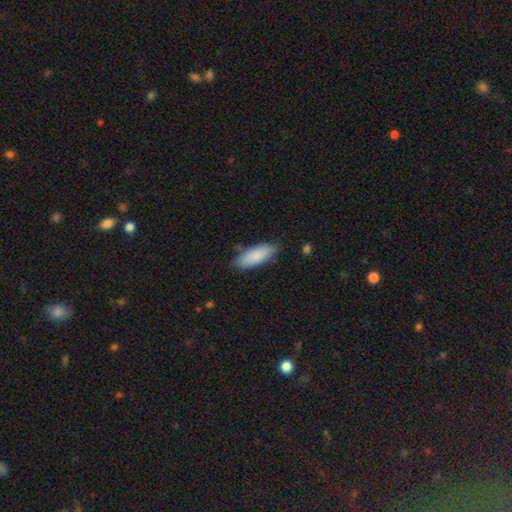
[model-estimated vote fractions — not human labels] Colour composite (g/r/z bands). It shows a smooth galaxy with no disk features (86%) that is in between round and cigar-shaped (69%). Merging: none (79%).